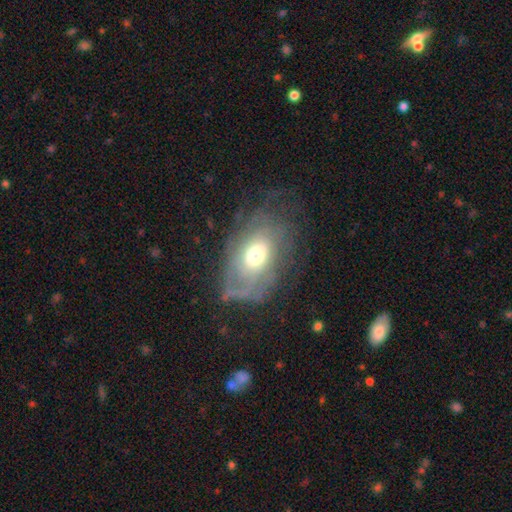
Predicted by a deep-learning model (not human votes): Smooth or featured? featured or disk (60%)
Edge-on disk? no (93%)
Bar? no (79%)
Spiral arms? yes (67%)
Bulge size? moderate (63%)
Merging? none (51%)